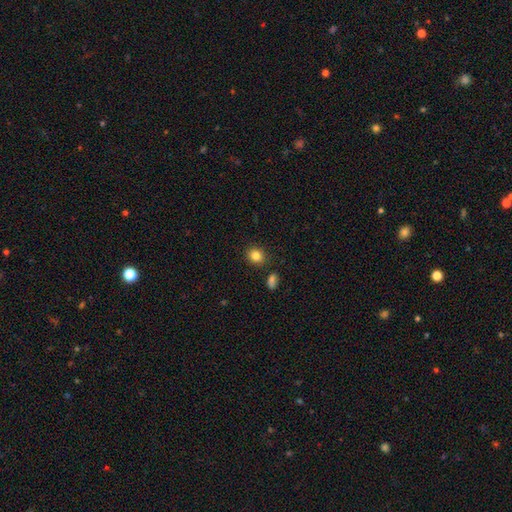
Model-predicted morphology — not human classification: smooth 84%, star or artifact 11%, featured or disk 6%. Down the decision tree: how rounded — round (72%); merging — none (87%).